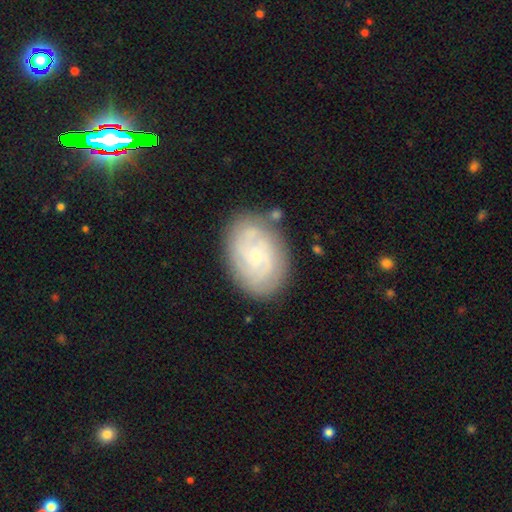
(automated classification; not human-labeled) smooth_or_featured: featured or disk (p=0.75) [alt: smooth p=0.19]
disk_edge_on: no (p=0.97) [alt: yes p=0.03]
bar: no (p=0.70) [alt: weak p=0.26]
has_spiral_arms: yes (p=0.93) [alt: no p=0.07]
spiral_winding: tight (p=0.66) [alt: medium p=0.27]
spiral_arm_count: can't tell (p=0.33) [alt: 2 p=0.30]
bulge_size: small (p=0.79) [alt: moderate p=0.15]
merging: none (p=0.78) [alt: minor disturbance p=0.15]